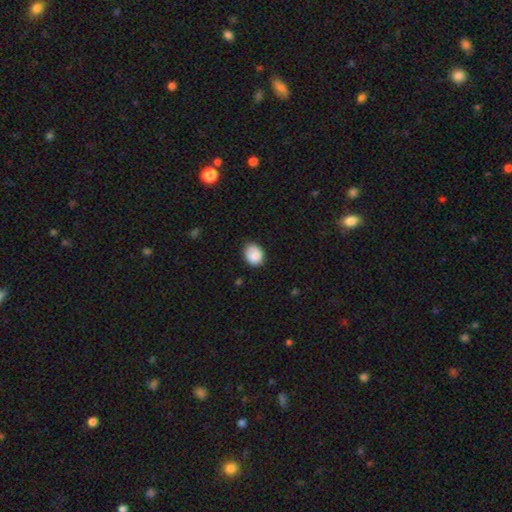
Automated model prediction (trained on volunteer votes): smooth 83%, featured or disk 9%, star or artifact 8%. Down the decision tree: how rounded — round (53%); merging — none (70%).